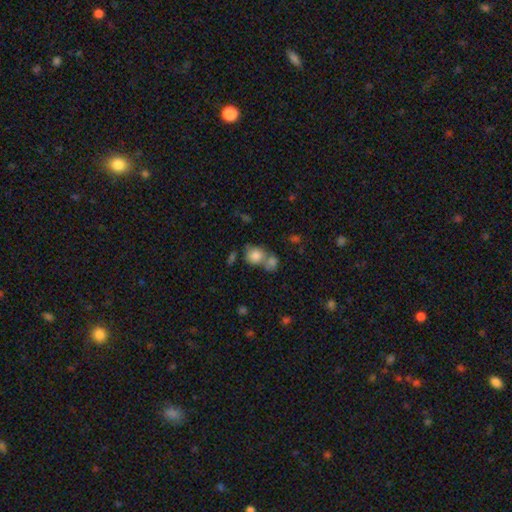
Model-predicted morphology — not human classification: Smooth or featured?
  - smooth: 81% *
  - featured or disk: 10%
  - star or artifact: 9%
How rounded?
  - round: 75% *
  - in between: 24%
  - cigar-shaped: 1%
Merging?
  - merger: 44% *
  - none: 41%
  - minor disturbance: 10%
  - major disturbance: 4%